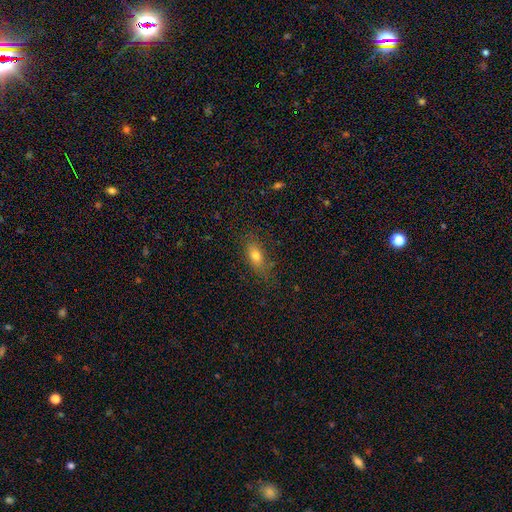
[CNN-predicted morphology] Smooth or featured? Predicted: smooth (p=0.75). How rounded? Predicted: in between (p=0.76). Merging? Predicted: none (p=0.77).